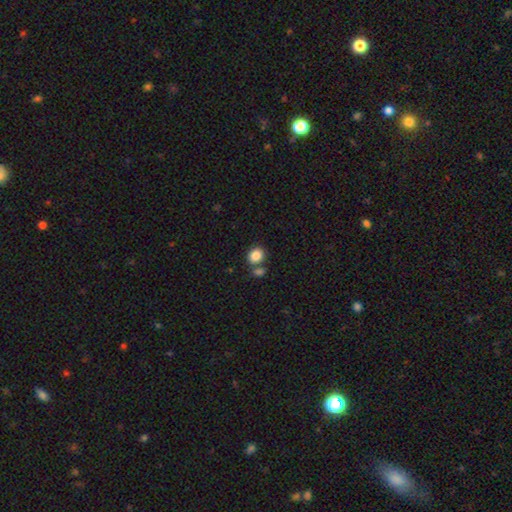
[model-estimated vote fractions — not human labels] A smooth galaxy with no disk features (86%) that is round (58%).

Vote fractions:
- Smooth or featured? smooth: 86% / star or artifact: 9% / featured or disk: 5%
- How rounded? round: 58% / in between: 41% / cigar-shaped: 1%
- Merging? none: 61% / merger: 25% / minor disturbance: 10% / major disturbance: 4%